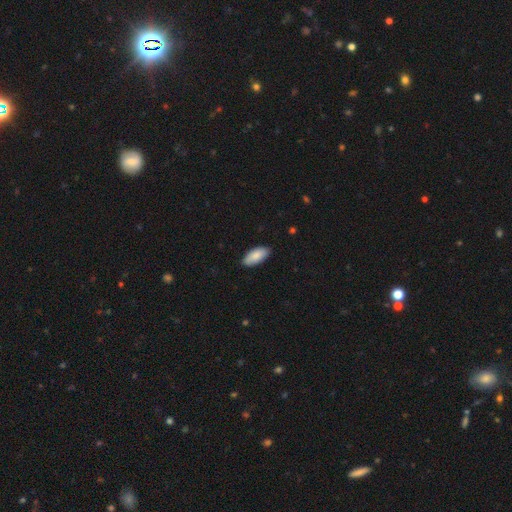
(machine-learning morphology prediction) Smooth or featured?
  - smooth: 86% *
  - featured or disk: 8%
  - star or artifact: 5%
How rounded?
  - in between: 91% *
  - cigar-shaped: 7%
  - round: 2%
Merging?
  - none: 86% *
  - minor disturbance: 12%
  - major disturbance: 2%
  - merger: 1%